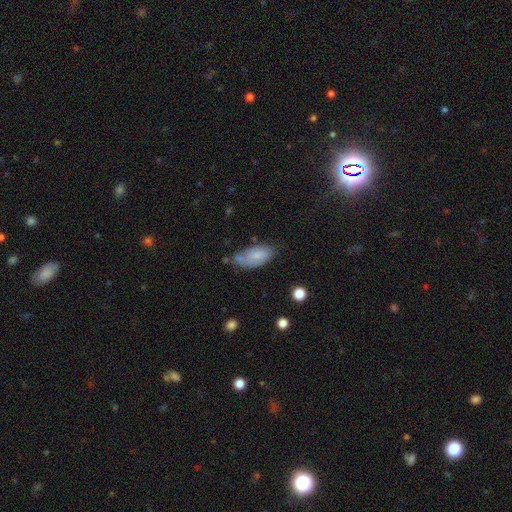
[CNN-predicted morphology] The model was most divided on "merging": none: 51%, minor disturbance: 30%, major disturbance: 10%, merger: 8%. More confident: how rounded — in between (90%); smooth or featured — smooth (68%).